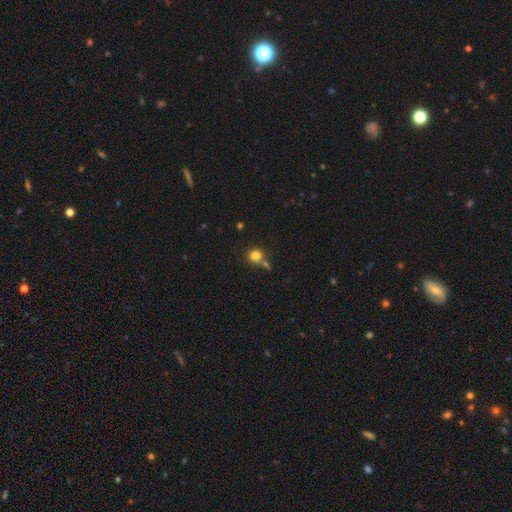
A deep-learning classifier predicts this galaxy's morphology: This appears to be a smooth galaxy with no disk features (80%) that is round (89%). Merging: none (63%).